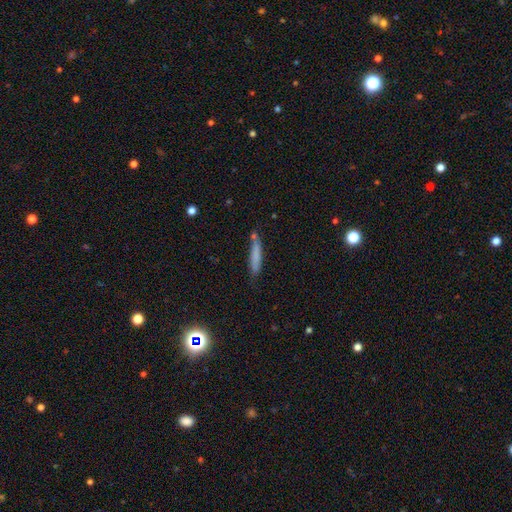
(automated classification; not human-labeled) Smooth or featured? Predicted: smooth (p=0.76). How rounded? Predicted: cigar-shaped (p=0.90). Merging? Predicted: none (p=0.71).